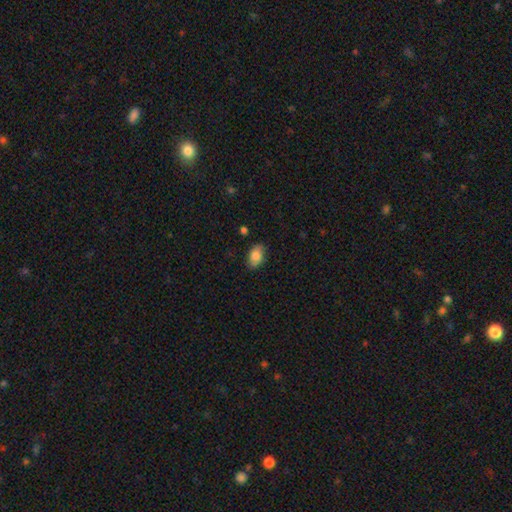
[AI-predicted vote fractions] Smooth or featured?
  - smooth: 81% *
  - featured or disk: 11%
  - star or artifact: 7%
How rounded?
  - in between: 91% *
  - round: 8%
  - cigar-shaped: 2%
Merging?
  - none: 81% *
  - minor disturbance: 15%
  - major disturbance: 3%
  - merger: 1%